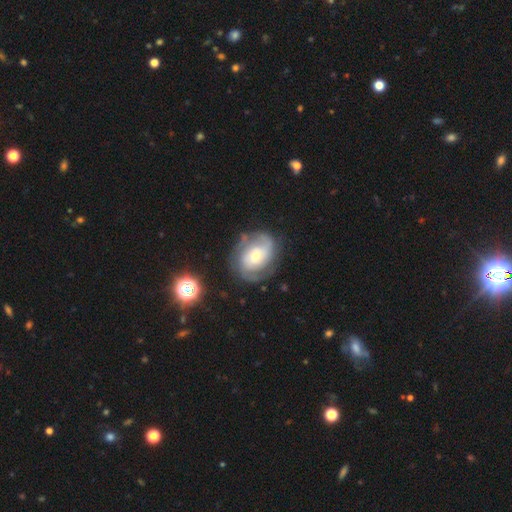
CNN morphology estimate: smooth-or-featured: featured or disk: 77% | smooth: 17% | star or artifact: 6%
  disk-edge-on: no: 97% | yes: 3%
    bar: no: 61% | weak: 30% | strong: 9%
    has-spiral-arms: yes: 91% | no: 9%
      spiral-winding: tight: 47% | medium: 38% | loose: 15%
      spiral-arm-count: 2: 61% | can't tell: 20% | 3: 10% | 1: 4% | 4: 3% | more than 4: 2%
    bulge-size: moderate: 49% | small: 42% | large: 6% | none: 1% | dominant: 1%
  merging: none: 70% | minor disturbance: 18% | major disturbance: 9% | merger: 2%